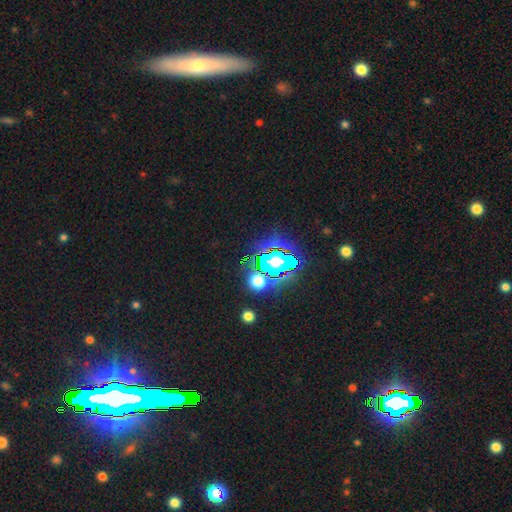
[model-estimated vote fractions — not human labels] Morphology: type=star or artifact (79%).